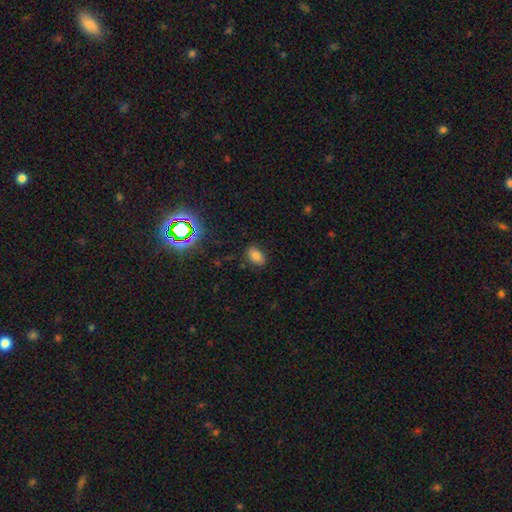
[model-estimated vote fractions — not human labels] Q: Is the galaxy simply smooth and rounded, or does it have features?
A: smooth — 76%.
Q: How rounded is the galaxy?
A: in between — 86%.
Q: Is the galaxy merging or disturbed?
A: none — 83%.